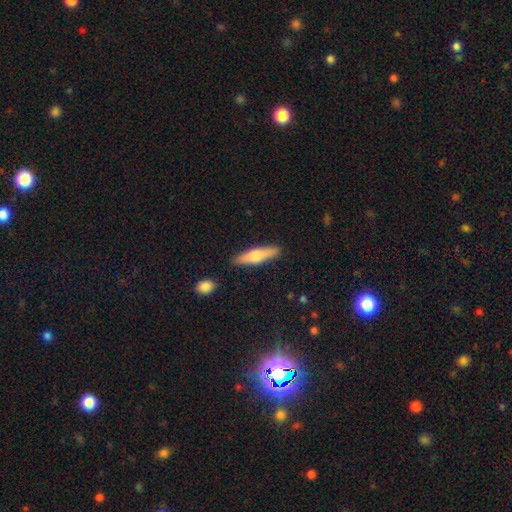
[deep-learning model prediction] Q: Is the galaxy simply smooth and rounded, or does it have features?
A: smooth — 57%.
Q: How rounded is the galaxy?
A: cigar-shaped — 76%.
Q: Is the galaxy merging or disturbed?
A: none — 87%.